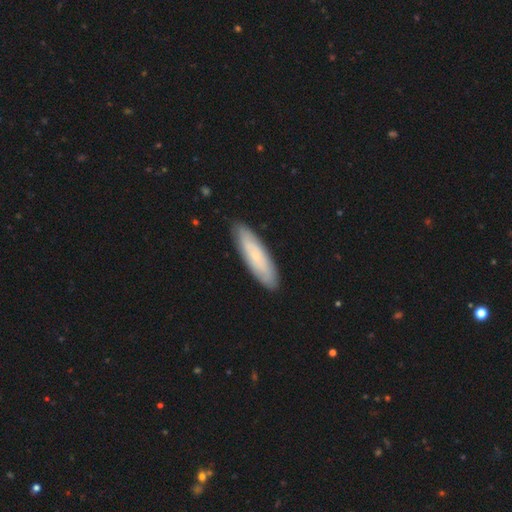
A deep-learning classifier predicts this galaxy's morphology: Overall: smooth (56%; featured or disk 38%). How rounded: cigar-shaped (62%; in between 36%). Merging: none (88%).